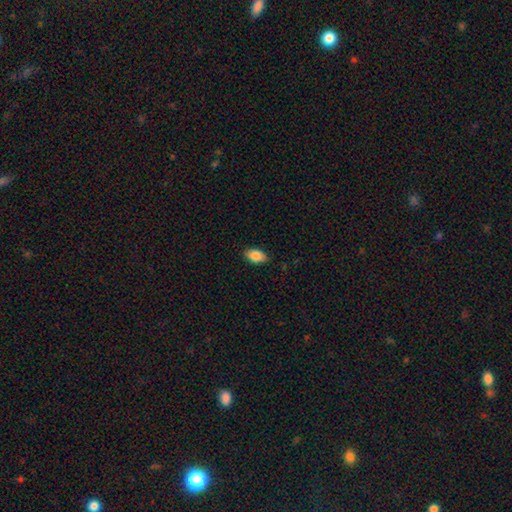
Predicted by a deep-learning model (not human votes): Morphology: type=smooth (85%); roundness=in between (91%); merging=none (86%).